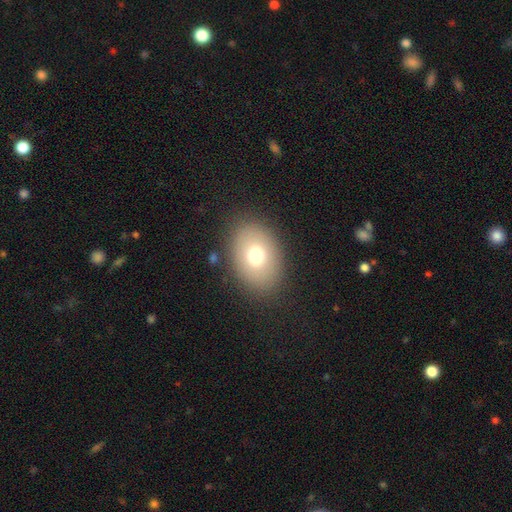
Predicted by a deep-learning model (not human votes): Overall: smooth (72%). How rounded: in between (72%). Merging: none (85%).